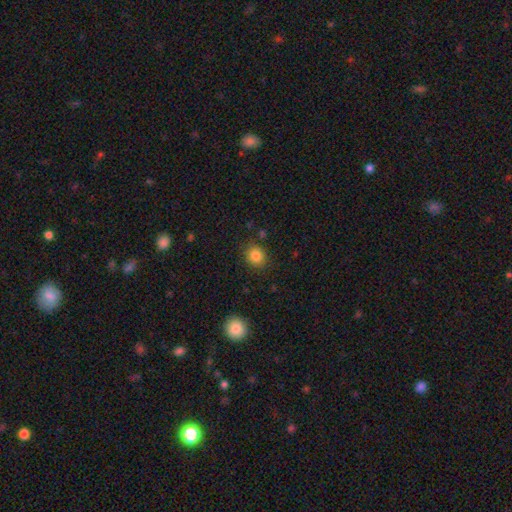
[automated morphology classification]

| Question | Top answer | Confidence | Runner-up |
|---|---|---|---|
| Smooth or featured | smooth | 84% | star or artifact (11%) |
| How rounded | round | 72% | in between (27%) |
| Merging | none | 85% | minor disturbance (10%) |